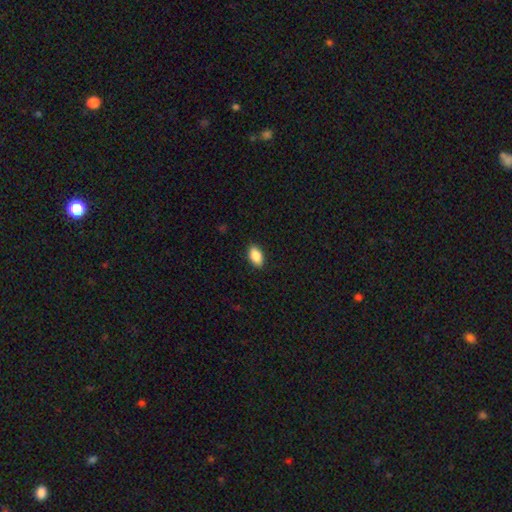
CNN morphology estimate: smooth_or_featured: smooth (p=0.88) [alt: star or artifact p=0.07]
how_rounded: in between (p=0.92) [alt: round p=0.05]
merging: none (p=0.88) [alt: minor disturbance p=0.09]